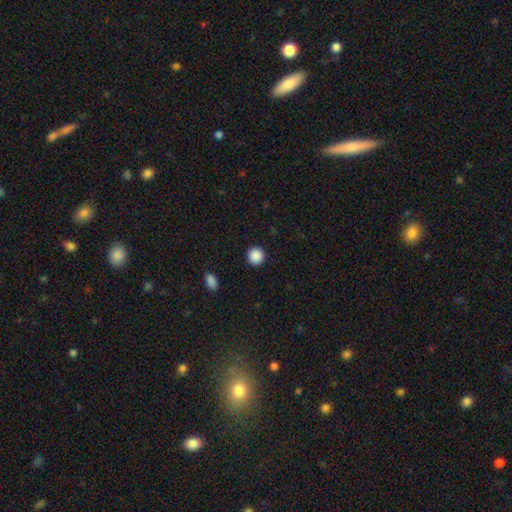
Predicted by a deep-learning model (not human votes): Smooth or featured? smooth (89%)
How rounded? round (95%)
Merging? none (93%)